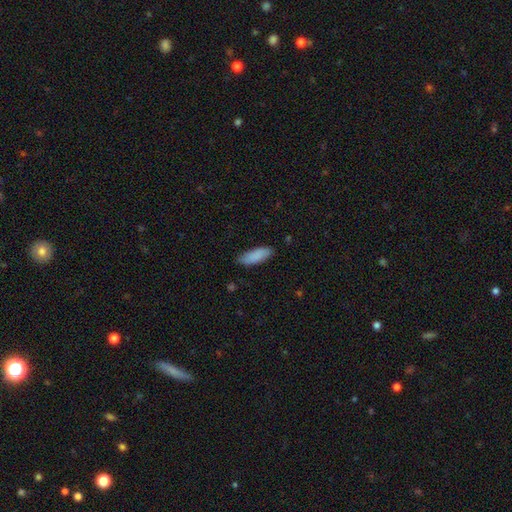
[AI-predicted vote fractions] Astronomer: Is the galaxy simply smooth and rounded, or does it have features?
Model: smooth — 88%.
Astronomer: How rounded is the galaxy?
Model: in between — 65%.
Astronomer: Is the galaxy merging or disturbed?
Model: none — 81%.